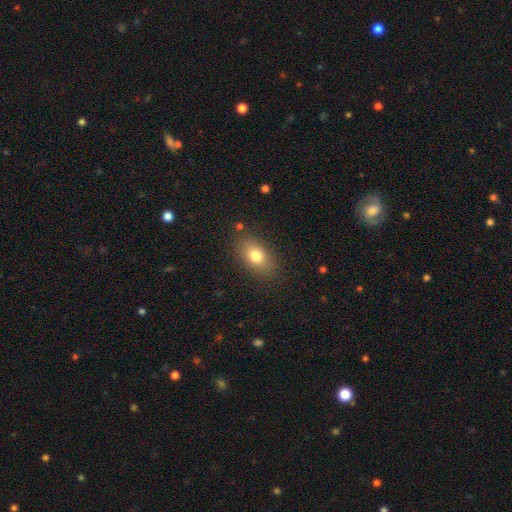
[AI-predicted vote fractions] Q: Smooth or featured?
A: smooth (78%); runner-up: featured or disk (13%)
Q: How rounded?
A: in between (84%); runner-up: round (11%)
Q: Merging?
A: none (84%); runner-up: minor disturbance (11%)